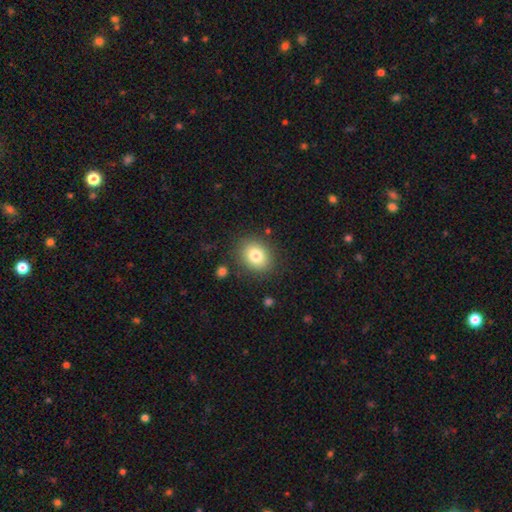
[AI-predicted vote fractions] smooth_or_featured: smooth (p=0.80) [alt: star or artifact p=0.10]
how_rounded: round (p=0.58) [alt: in between p=0.42]
merging: none (p=0.85) [alt: minor disturbance p=0.10]